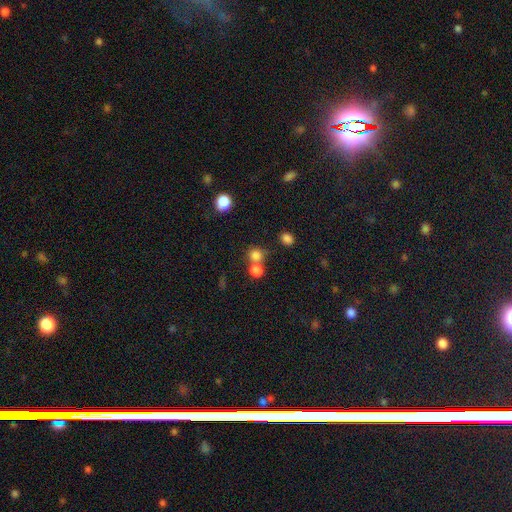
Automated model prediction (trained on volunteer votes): smooth 79%, star or artifact 14%, featured or disk 7%. Down the decision tree: how rounded — round (85%); merging — none (54%).